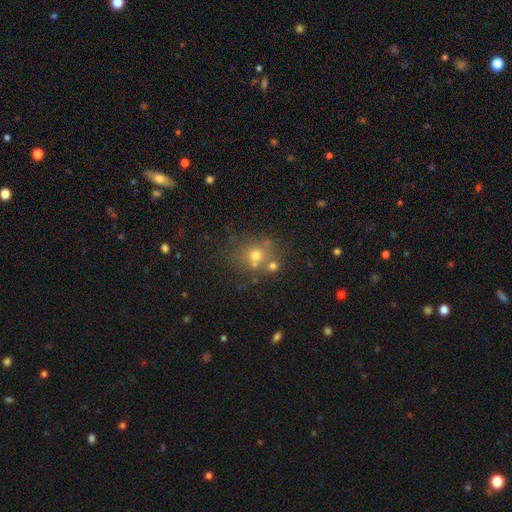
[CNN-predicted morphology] The model was most divided on "merging": none: 61%, merger: 24%, minor disturbance: 11%, major disturbance: 5%. More confident: how rounded — round (80%); smooth or featured — smooth (62%).